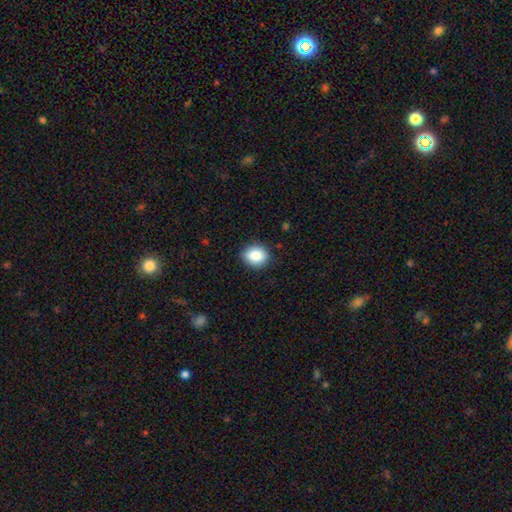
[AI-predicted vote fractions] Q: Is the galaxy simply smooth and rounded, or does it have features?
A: smooth — 85%.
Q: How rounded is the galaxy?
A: round — 70%.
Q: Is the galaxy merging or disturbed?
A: none — 87%.